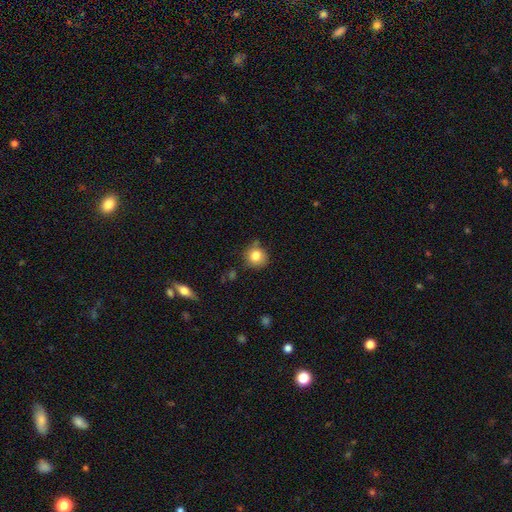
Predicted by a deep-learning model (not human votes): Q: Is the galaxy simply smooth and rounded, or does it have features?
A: smooth — 82%.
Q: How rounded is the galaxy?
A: round — 88%.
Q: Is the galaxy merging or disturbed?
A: none — 72%.